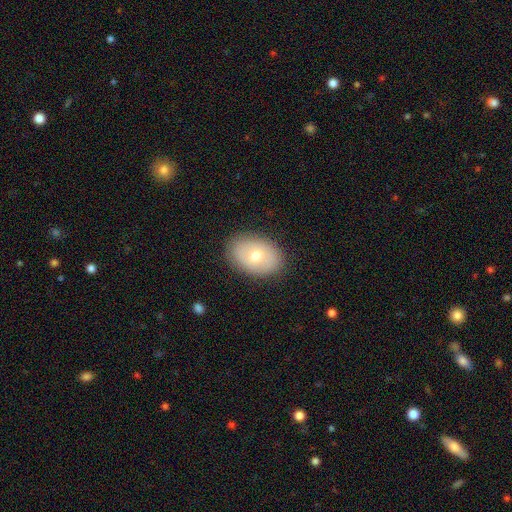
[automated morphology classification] A smooth galaxy with no disk features (65%) that is in between round and cigar-shaped (80%).

Vote fractions:
- Smooth or featured? smooth: 65% / featured or disk: 27% / star or artifact: 8%
- How rounded? in between: 80% / round: 19% / cigar-shaped: 1%
- Merging? none: 86% / minor disturbance: 11% / major disturbance: 3% / merger: 1%